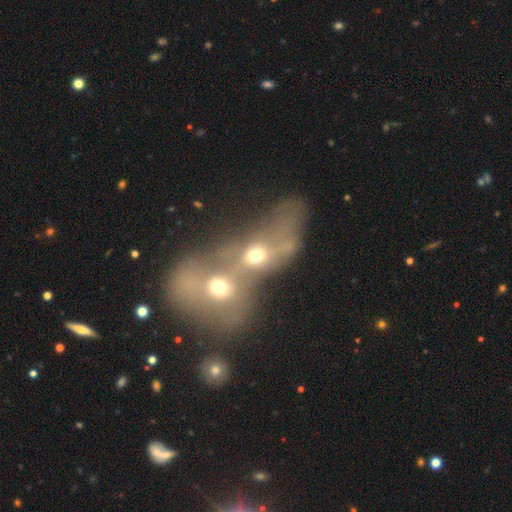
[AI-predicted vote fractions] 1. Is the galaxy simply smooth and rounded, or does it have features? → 52% smooth, 32% featured or disk, 16% star or artifact.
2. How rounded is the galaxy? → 50% round, 46% in between, 3% cigar-shaped.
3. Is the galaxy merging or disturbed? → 83% merger, 7% major disturbance, 7% none, 3% minor disturbance.